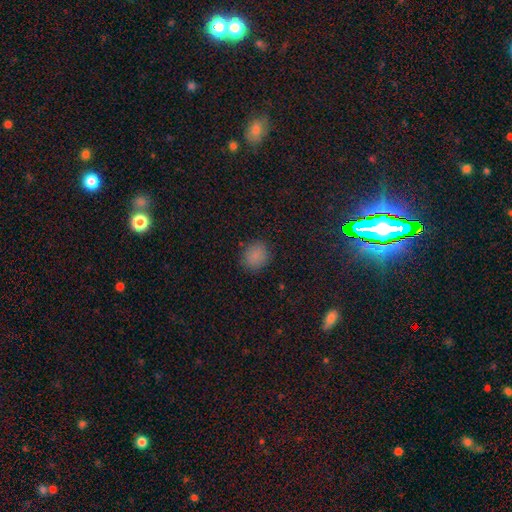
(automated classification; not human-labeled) Overall: smooth (84%). How rounded: round (70%). Merging: none (87%).